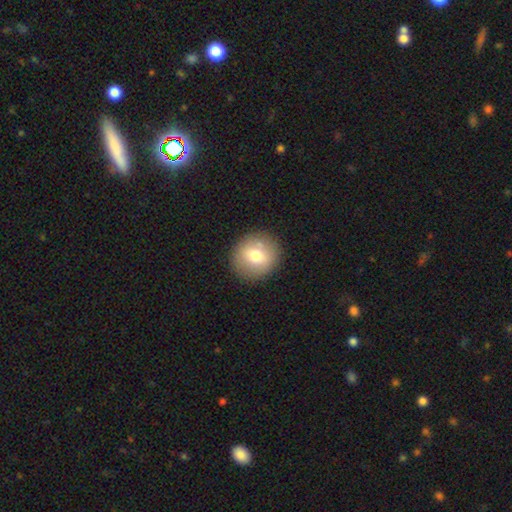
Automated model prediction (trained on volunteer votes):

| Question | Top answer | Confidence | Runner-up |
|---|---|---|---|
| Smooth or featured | smooth | 71% | featured or disk (20%) |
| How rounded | round | 90% | in between (9%) |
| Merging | none | 87% | minor disturbance (8%) |